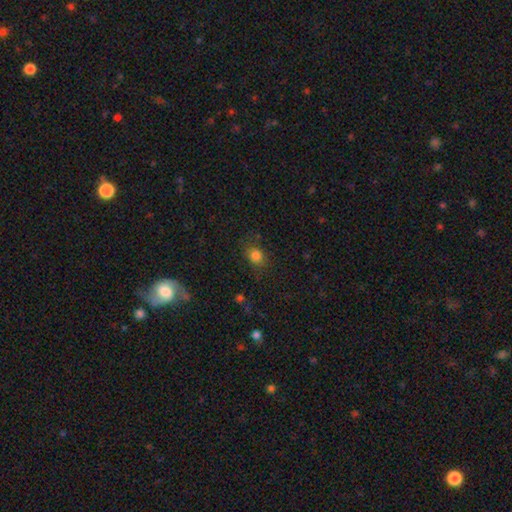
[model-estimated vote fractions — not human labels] smooth_or_featured: smooth (p=0.80) [alt: star or artifact p=0.14]
how_rounded: round (p=0.58) [alt: in between p=0.41]
merging: none (p=0.78) [alt: minor disturbance p=0.15]